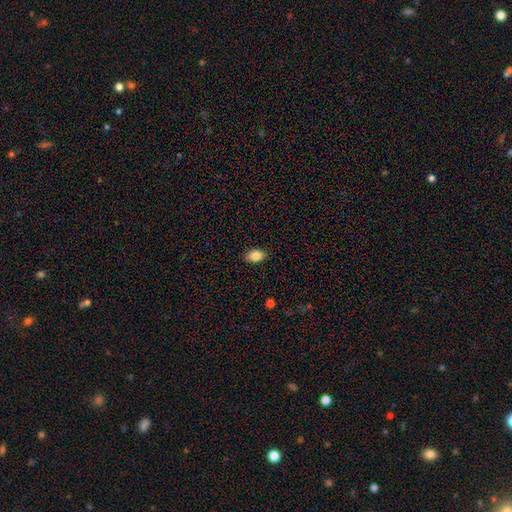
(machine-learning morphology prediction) Smooth or featured? Predicted: smooth (p=0.87). How rounded? Predicted: in between (p=0.86). Merging? Predicted: none (p=0.88).